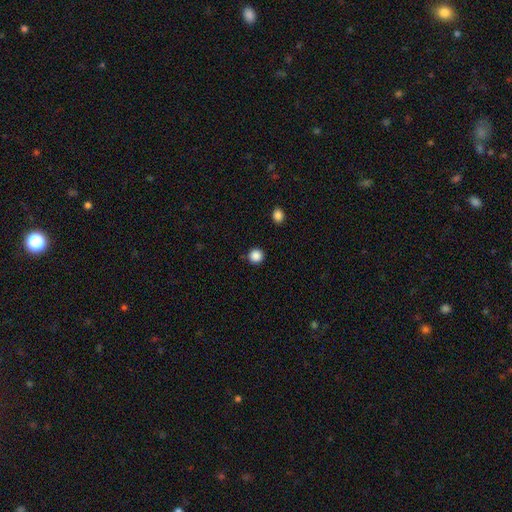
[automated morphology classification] smooth_or_featured: smooth (p=0.87) [alt: star or artifact p=0.10]
how_rounded: round (p=0.95) [alt: in between p=0.04]
merging: none (p=0.89) [alt: minor disturbance p=0.06]